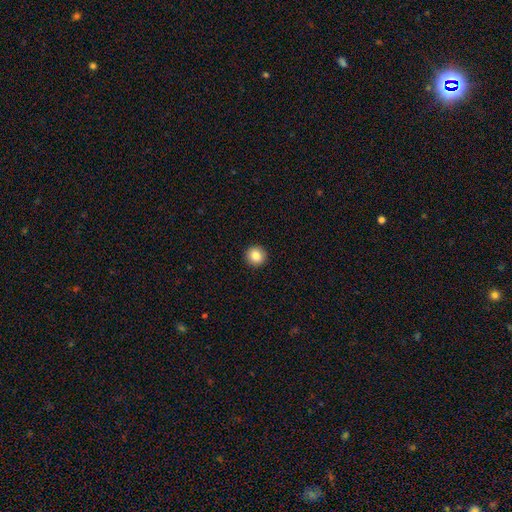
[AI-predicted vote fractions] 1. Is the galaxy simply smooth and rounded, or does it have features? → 85% smooth, 9% star or artifact, 6% featured or disk.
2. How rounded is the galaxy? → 95% round, 4% in between, 1% cigar-shaped.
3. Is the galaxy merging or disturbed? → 93% none, 4% minor disturbance, 1% major disturbance, 1% merger.